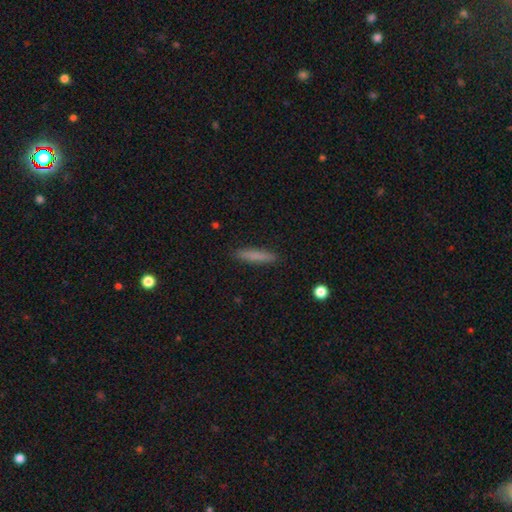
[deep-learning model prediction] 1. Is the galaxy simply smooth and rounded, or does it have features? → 79% smooth, 14% featured or disk, 7% star or artifact.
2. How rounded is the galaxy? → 90% cigar-shaped, 8% in between, 1% round.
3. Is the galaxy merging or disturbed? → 90% none, 7% minor disturbance, 2% major disturbance, 1% merger.